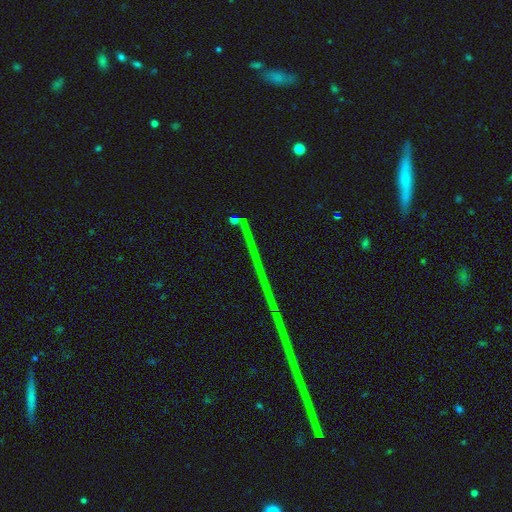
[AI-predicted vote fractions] The model was most divided on "smooth or featured": star or artifact: 83%, featured or disk: 10%, smooth: 8%.